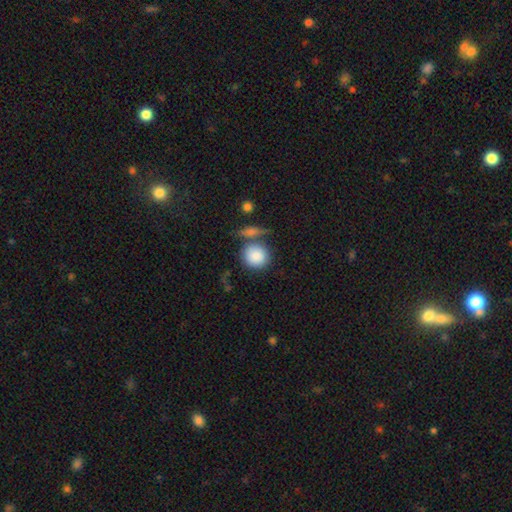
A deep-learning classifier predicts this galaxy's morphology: Overall: smooth (85%). How rounded: round (88%). Merging: none (62%).